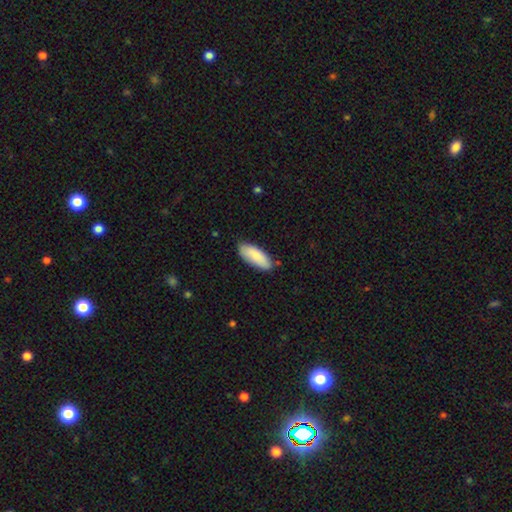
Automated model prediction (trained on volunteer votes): This is clearly a smooth galaxy (86%). How rounded: likely in between (76%). Merging: clearly none (82%).